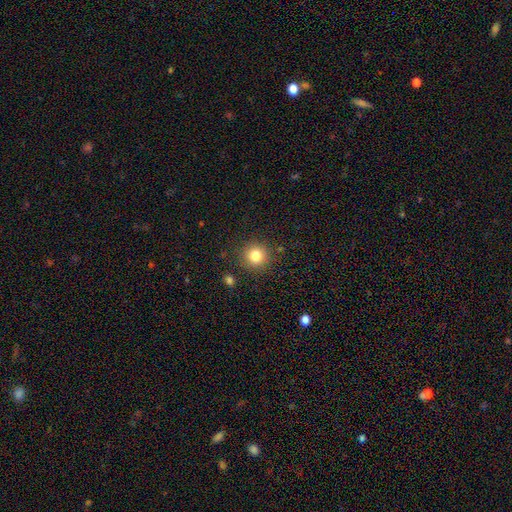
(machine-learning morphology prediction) smooth 82%, star or artifact 12%, featured or disk 7%. Down the decision tree: how rounded — round (93%); merging — none (89%).